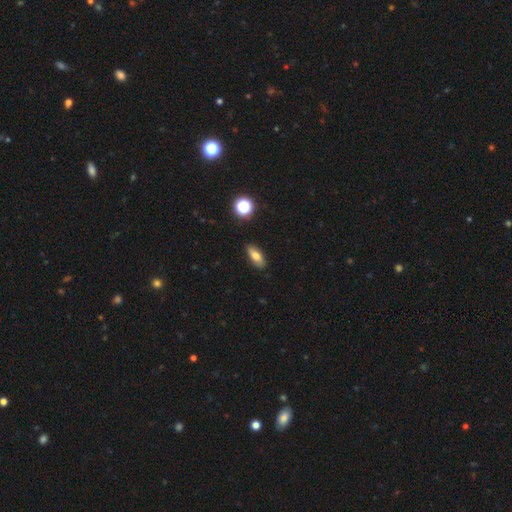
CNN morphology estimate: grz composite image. It shows a smooth galaxy with no disk features (74%) that is in between round and cigar-shaped (76%). Merging: none (86%).